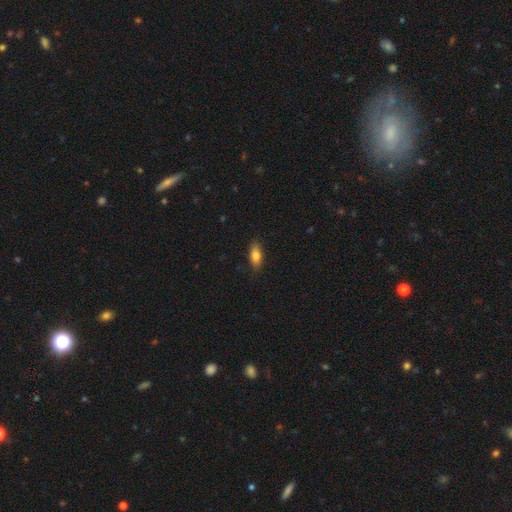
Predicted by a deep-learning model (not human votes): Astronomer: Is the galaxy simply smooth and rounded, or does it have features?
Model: smooth — 80%.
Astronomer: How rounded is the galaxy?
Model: in between — 78%.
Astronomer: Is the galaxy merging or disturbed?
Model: none — 85%.